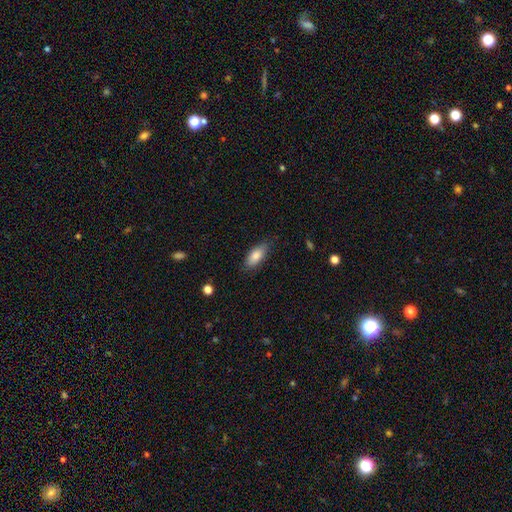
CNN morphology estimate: This appears to be a smooth galaxy with no disk features (82%) that is in between round and cigar-shaped (81%). Merging: none (82%).